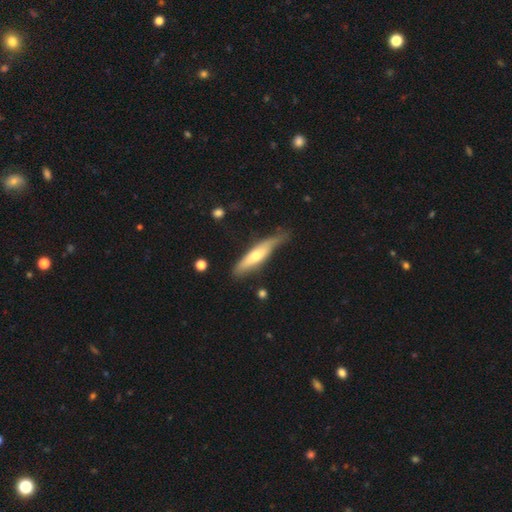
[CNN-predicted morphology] smooth-or-featured: smooth: 52% | featured or disk: 43% | star or artifact: 5%
  how-rounded: cigar-shaped: 81% | in between: 18% | round: 2%
  merging: none: 59% | minor disturbance: 30% | major disturbance: 8% | merger: 3%